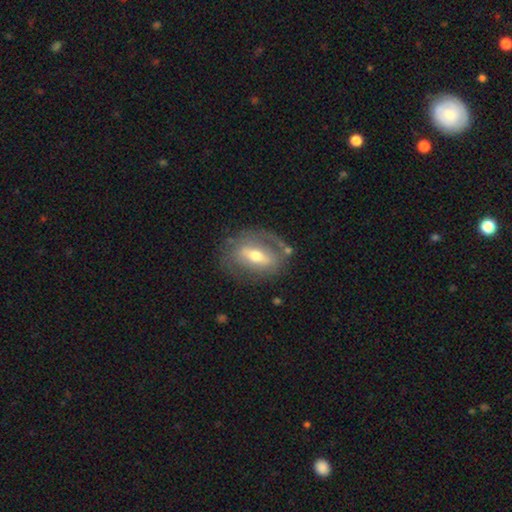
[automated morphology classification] Smooth or featured: featured or disk — 63% (smooth — 30%)
Edge-on disk: no — 83% (yes — 17%)
Bar: strong — 49% (weak — 31%)
Spiral arms: no — 60% (yes — 40%)
Bulge size: moderate — 68% (small — 22%)
Merging: none — 63% (minor disturbance — 19%)